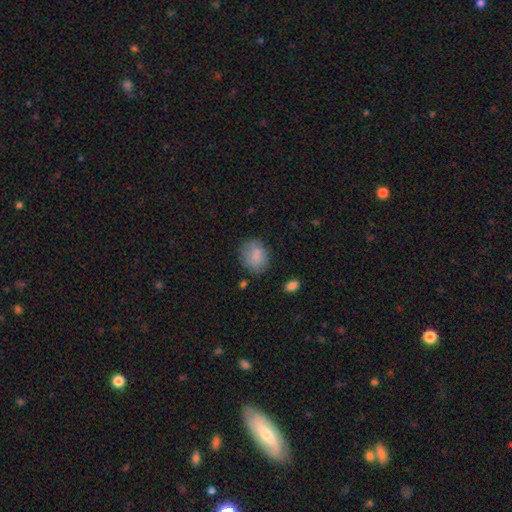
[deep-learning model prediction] smooth 80%, featured or disk 12%, star or artifact 8%. Down the decision tree: how rounded — round (56%); merging — none (69%).